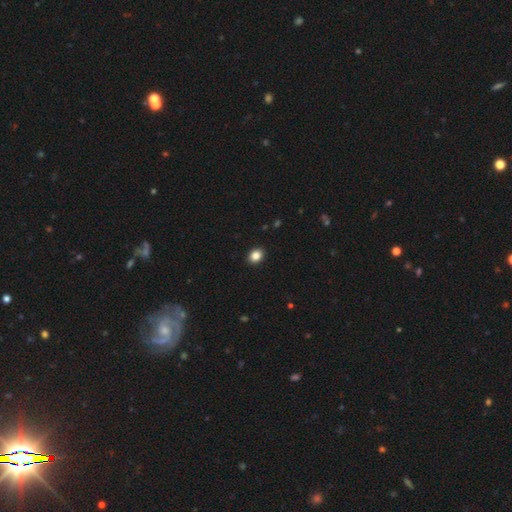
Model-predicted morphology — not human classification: This is clearly a smooth galaxy (86%). How rounded: possibly in between (52%). Merging: clearly none (92%).